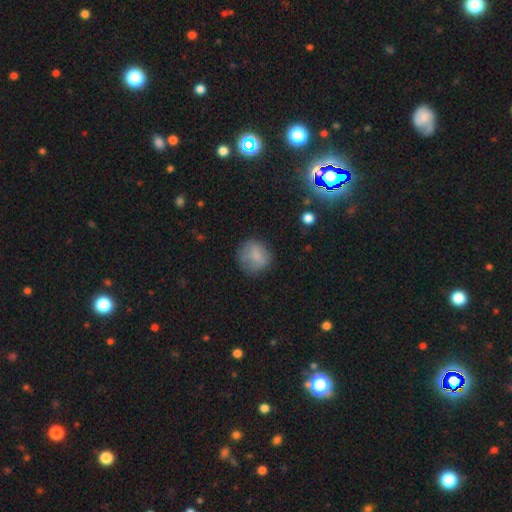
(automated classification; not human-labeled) Smooth or featured?
  - smooth: 75% *
  - featured or disk: 15%
  - star or artifact: 9%
How rounded?
  - round: 81% *
  - in between: 17%
  - cigar-shaped: 1%
Merging?
  - none: 68% *
  - minor disturbance: 21%
  - major disturbance: 9%
  - merger: 2%